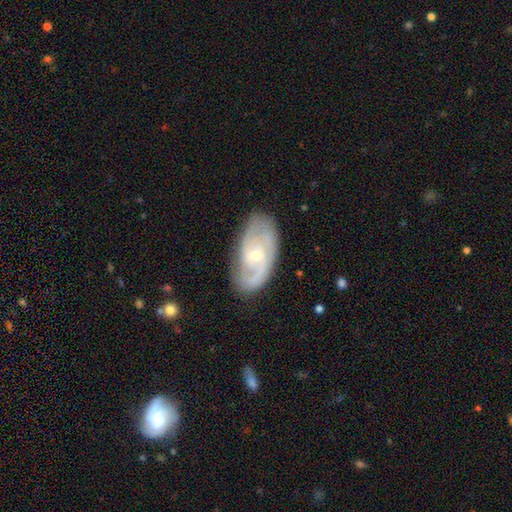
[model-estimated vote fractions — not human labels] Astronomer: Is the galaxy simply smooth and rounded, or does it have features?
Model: featured or disk — 81%.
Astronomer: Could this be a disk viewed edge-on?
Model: no — 95%.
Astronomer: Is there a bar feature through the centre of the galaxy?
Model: no — 59% (runner-up: weak, 34%).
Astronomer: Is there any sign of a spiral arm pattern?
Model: yes — 92%.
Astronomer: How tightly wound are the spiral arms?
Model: tight — 44% (runner-up: medium, 41%).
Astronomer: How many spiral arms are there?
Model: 2 — 53%.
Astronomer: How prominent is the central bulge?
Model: small — 69%.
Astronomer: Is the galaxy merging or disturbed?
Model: none — 77%.